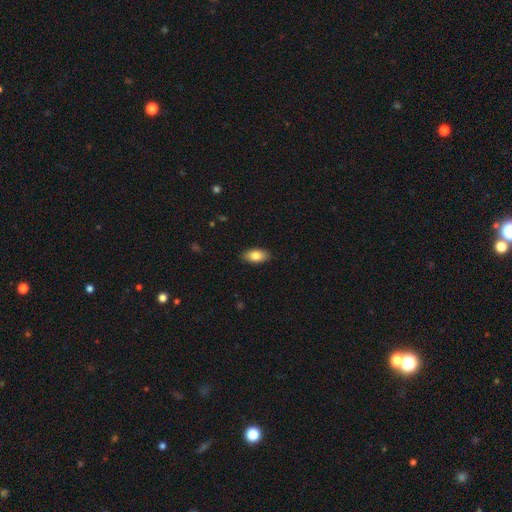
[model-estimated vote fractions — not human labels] smooth 82%, featured or disk 11%, star or artifact 7%. Down the decision tree: how rounded — in between (92%); merging — none (89%).